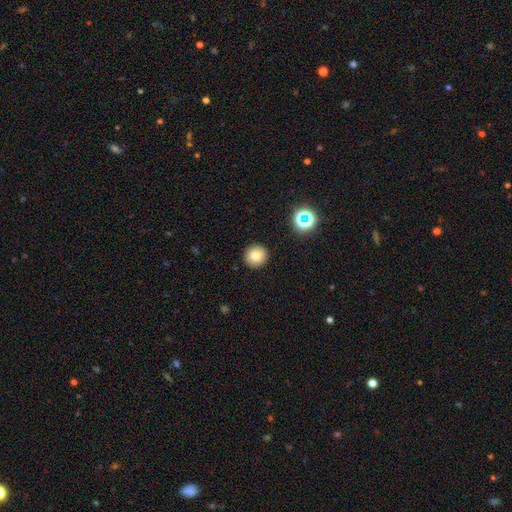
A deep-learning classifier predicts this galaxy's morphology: The model was most divided on "smooth or featured": smooth: 79%, star or artifact: 12%, featured or disk: 8%. More confident: how rounded — round (93%); merging — none (92%).